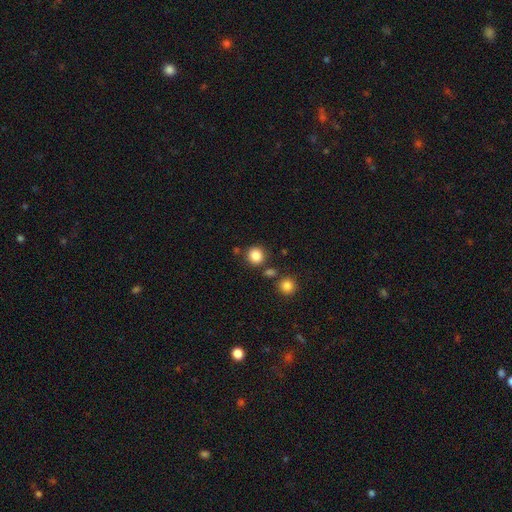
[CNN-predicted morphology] A smooth galaxy with no disk features (85%) that is round (91%).

Vote fractions:
- Smooth or featured? smooth: 85% / star or artifact: 11% / featured or disk: 4%
- How rounded? round: 91% / in between: 8% / cigar-shaped: 1%
- Merging? none: 82% / minor disturbance: 8% / merger: 7% / major disturbance: 3%